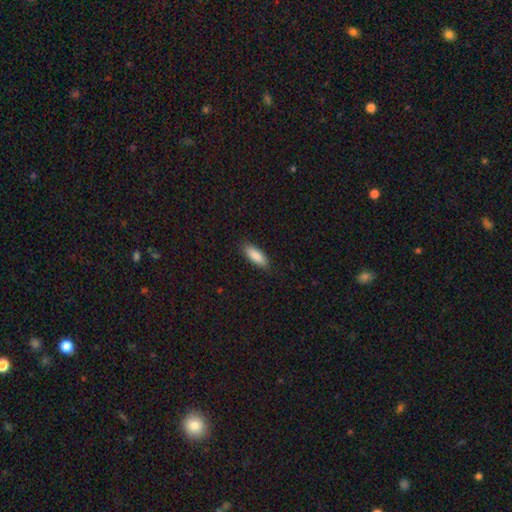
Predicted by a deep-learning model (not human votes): smooth-or-featured: smooth: 88% | featured or disk: 6% | star or artifact: 6%
  how-rounded: in between: 64% | cigar-shaped: 34% | round: 2%
  merging: none: 88% | minor disturbance: 9% | major disturbance: 2% | merger: 1%